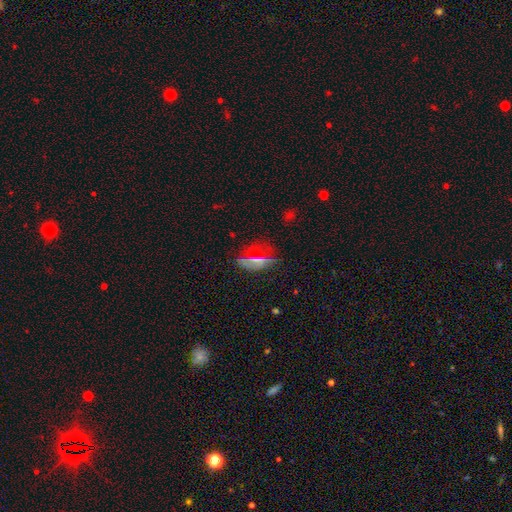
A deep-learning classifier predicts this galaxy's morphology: A smooth galaxy with no disk features (39%).

Vote fractions:
- Smooth or featured? smooth: 39% / star or artifact: 38% / featured or disk: 24%
- Merging? none: 68% / minor disturbance: 16% / major disturbance: 9% / merger: 6%